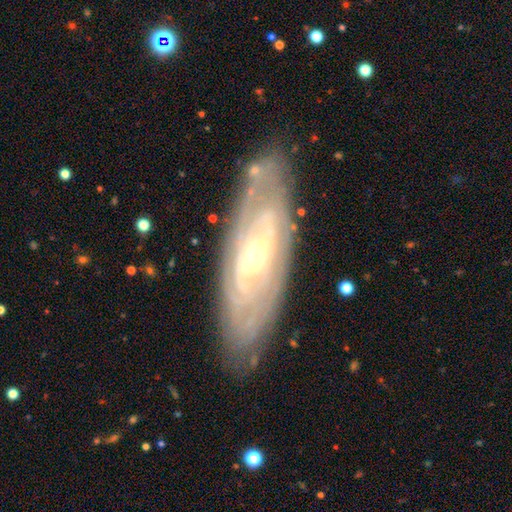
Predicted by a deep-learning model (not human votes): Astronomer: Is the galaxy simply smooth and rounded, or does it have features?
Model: featured or disk — 81%.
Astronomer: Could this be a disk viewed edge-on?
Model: no — 83%.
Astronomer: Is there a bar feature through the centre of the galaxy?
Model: no — 47% (runner-up: weak, 36%).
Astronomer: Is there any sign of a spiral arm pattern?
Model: yes — 84%.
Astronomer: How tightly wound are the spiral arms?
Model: tight — 61%.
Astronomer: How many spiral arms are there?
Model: can't tell — 50% (runner-up: 2, 30%).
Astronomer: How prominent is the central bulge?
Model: small — 65%.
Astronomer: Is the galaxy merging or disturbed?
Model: none — 83%.